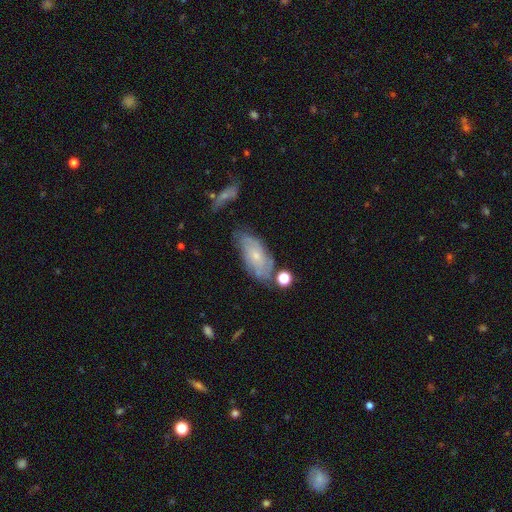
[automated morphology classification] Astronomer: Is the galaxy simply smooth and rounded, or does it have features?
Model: featured or disk — 57% (runner-up: smooth, 33%).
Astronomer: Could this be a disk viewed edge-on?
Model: no — 90%.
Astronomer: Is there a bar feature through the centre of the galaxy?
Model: no — 79%.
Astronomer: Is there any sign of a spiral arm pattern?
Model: yes — 74%.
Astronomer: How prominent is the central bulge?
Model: small — 69%.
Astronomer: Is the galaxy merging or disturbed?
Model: none — 61%.